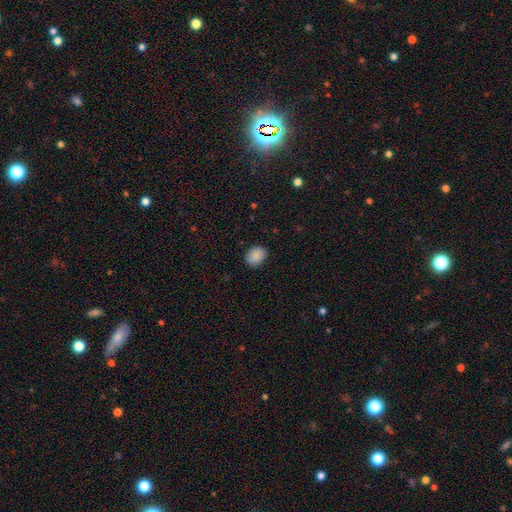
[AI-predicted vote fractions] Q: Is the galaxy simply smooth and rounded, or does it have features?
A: smooth — 89%.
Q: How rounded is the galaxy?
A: in between — 55%.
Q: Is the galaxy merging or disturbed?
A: none — 87%.